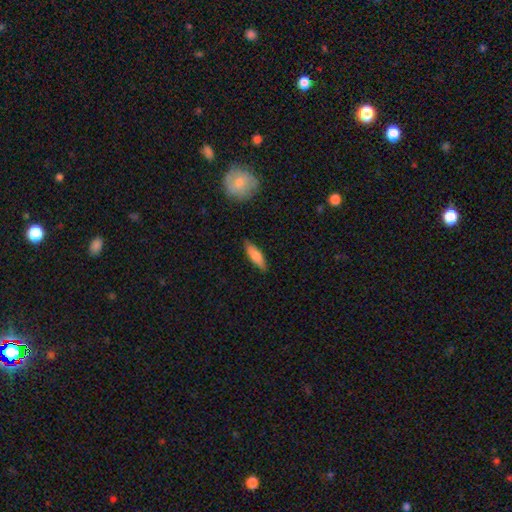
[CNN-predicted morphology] Smooth or featured: smooth — 73% (featured or disk — 21%)
How rounded: cigar-shaped — 56% (in between — 42%)
Merging: none — 85% (minor disturbance — 12%)